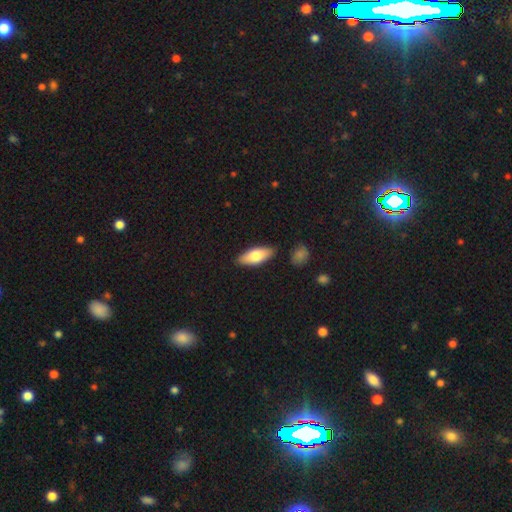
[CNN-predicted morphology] smooth-or-featured: smooth: 75% | featured or disk: 20% | star or artifact: 6%
  how-rounded: in between: 76% | cigar-shaped: 21% | round: 2%
  merging: none: 86% | minor disturbance: 10% | merger: 2% | major disturbance: 2%